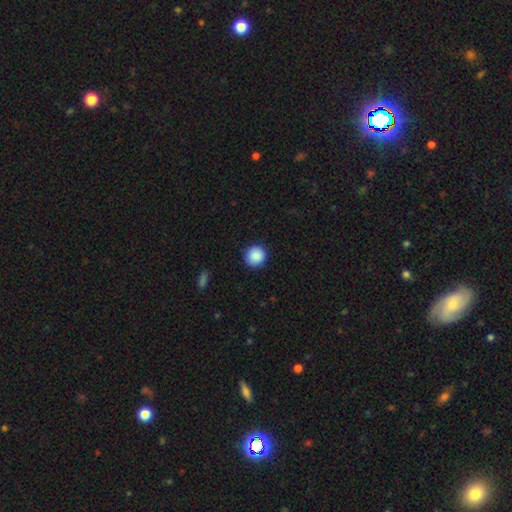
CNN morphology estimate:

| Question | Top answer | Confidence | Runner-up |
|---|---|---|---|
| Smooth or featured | smooth | 89% | star or artifact (8%) |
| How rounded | round | 93% | in between (6%) |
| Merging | none | 90% | minor disturbance (7%) |